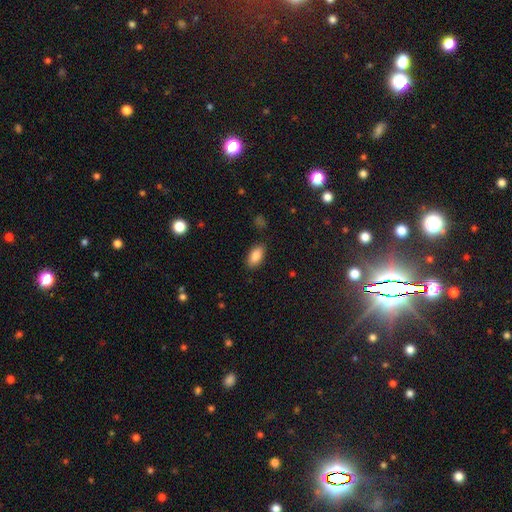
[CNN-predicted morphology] smooth 86%, star or artifact 7%, featured or disk 6%. Down the decision tree: how rounded — in between (92%); merging — none (86%).